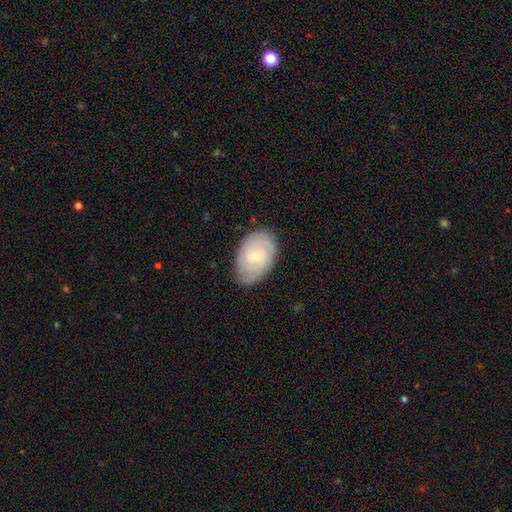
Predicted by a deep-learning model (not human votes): featured or disk 64%, smooth 29%, star or artifact 6%. Down the decision tree: edge-on disk — no (95%); bar — no (73%); spiral arms — yes (85%); spiral arm count — can't tell (44%); spiral winding — tight (70%); bulge size — small (63%); merging — none (79%).